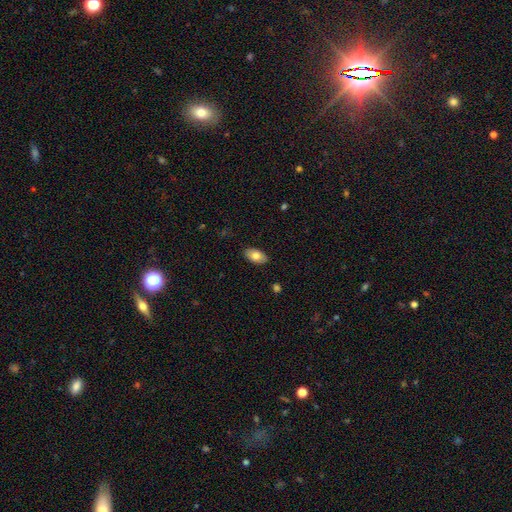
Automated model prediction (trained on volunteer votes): This is likely a smooth galaxy (79%). How rounded: clearly in between (94%). Merging: clearly none (88%).